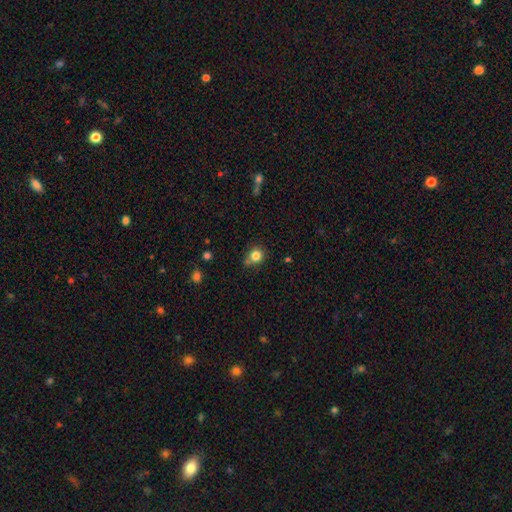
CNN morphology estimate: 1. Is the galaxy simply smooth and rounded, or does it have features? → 82% smooth, 12% star or artifact, 6% featured or disk.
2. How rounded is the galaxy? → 88% round, 11% in between, 1% cigar-shaped.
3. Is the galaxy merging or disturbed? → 73% none, 14% minor disturbance, 9% merger, 4% major disturbance.